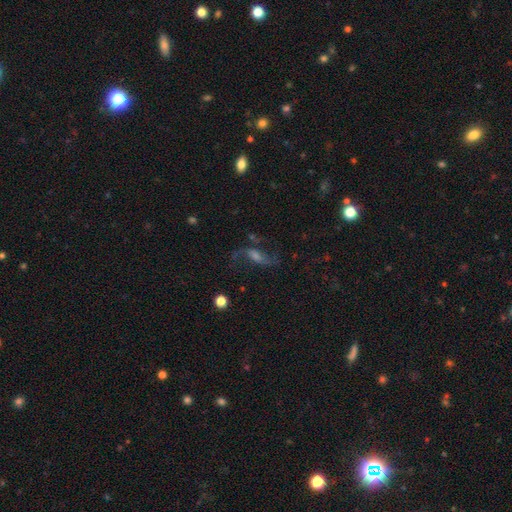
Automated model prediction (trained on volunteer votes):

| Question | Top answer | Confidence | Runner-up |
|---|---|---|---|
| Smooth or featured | featured or disk | 69% | smooth (16%) |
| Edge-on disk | no | 87% | yes (13%) |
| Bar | weak | 43% | no (34%) |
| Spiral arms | yes | 91% | no (9%) |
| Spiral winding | loose | 76% | medium (19%) |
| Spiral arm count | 2 | 89% | can't tell (4%) |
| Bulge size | moderate | 36% | tied: small (36%) |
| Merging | none | 65% | minor disturbance (16%) |